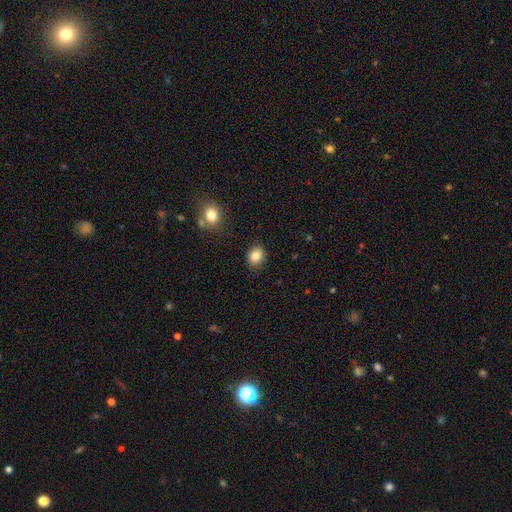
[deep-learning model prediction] Smooth or featured: smooth — 85% (star or artifact — 9%)
How rounded: round — 52% (in between — 48%)
Merging: none — 87% (minor disturbance — 9%)